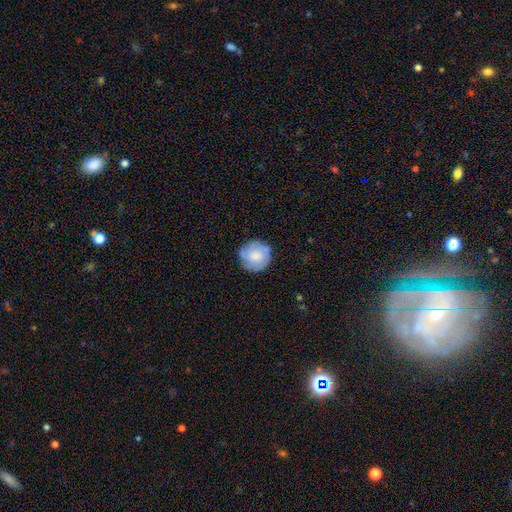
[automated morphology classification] Smooth or featured?
  - smooth: 48% *
  - featured or disk: 45%
  - star or artifact: 7%
Merging?
  - none: 81% *
  - minor disturbance: 14%
  - major disturbance: 4%
  - merger: 1%